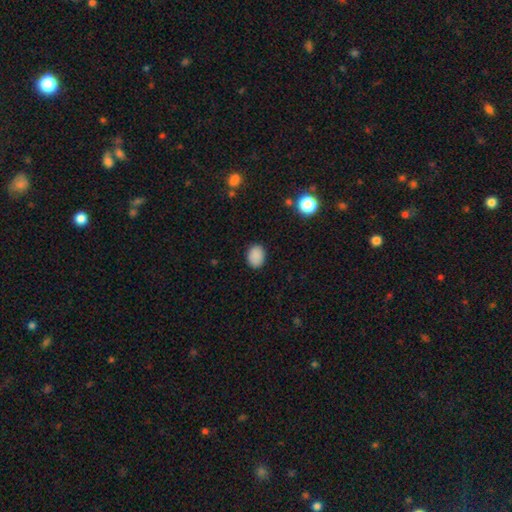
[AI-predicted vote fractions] Smooth or featured: smooth — 88% (star or artifact — 9%)
How rounded: in between — 60% (round — 39%)
Merging: none — 87% (minor disturbance — 10%)